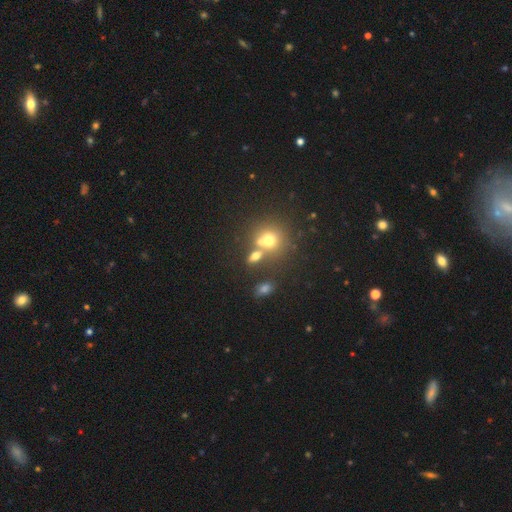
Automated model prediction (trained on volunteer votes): Overall: smooth (66%). How rounded: round (53%; in between 43%). Merging: none (43%; merger 42%).